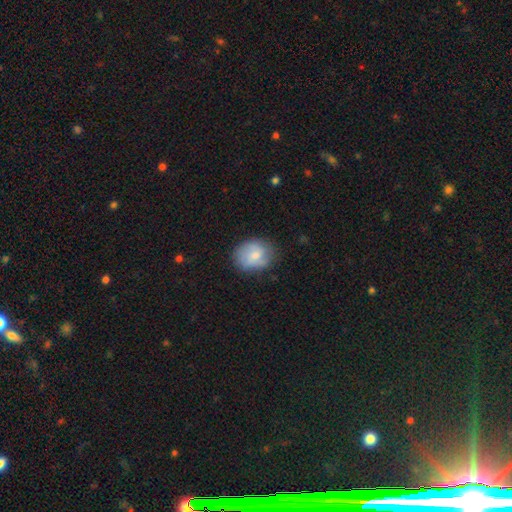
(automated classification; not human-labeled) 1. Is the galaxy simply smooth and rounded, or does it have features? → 70% smooth, 23% featured or disk, 7% star or artifact.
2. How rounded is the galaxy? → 55% round, 44% in between, 1% cigar-shaped.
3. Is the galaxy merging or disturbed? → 70% none, 22% minor disturbance, 7% major disturbance, 2% merger.